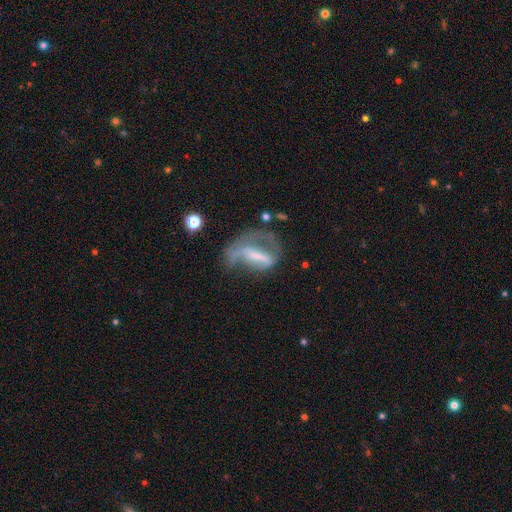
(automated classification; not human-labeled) Q: Smooth or featured?
A: featured or disk (60%); runner-up: smooth (28%)
Q: Edge-on disk?
A: no (85%); runner-up: yes (15%)
Q: Bar?
A: strong (46%); runner-up: no (28%)
Q: Spiral arms?
A: no (57%); runner-up: yes (43%)
Q: Bulge size?
A: none (40%); runner-up: small (29%)
Q: Merging?
A: major disturbance (45%); runner-up: none (27%)